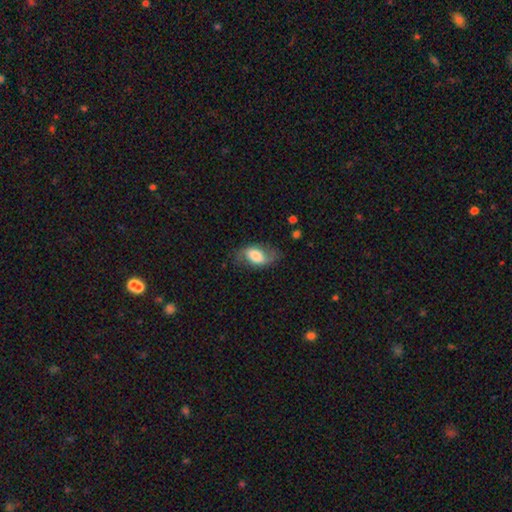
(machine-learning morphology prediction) A smooth galaxy with no disk features (48%).

Vote fractions:
- Smooth or featured? smooth: 48% / featured or disk: 44% / star or artifact: 8%
- Merging? none: 63% / minor disturbance: 23% / major disturbance: 12% / merger: 2%